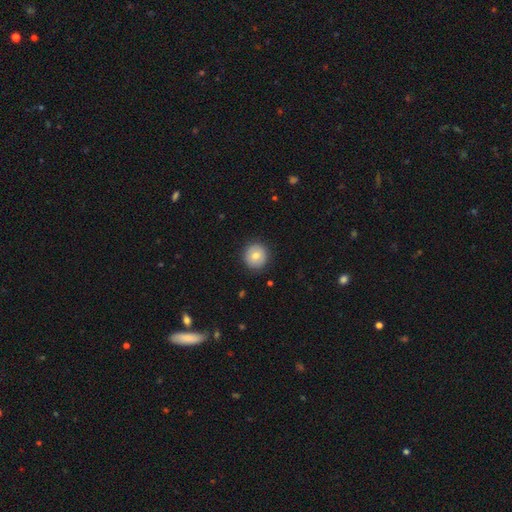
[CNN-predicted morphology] Overall: smooth (76%). How rounded: round (92%). Merging: none (89%).